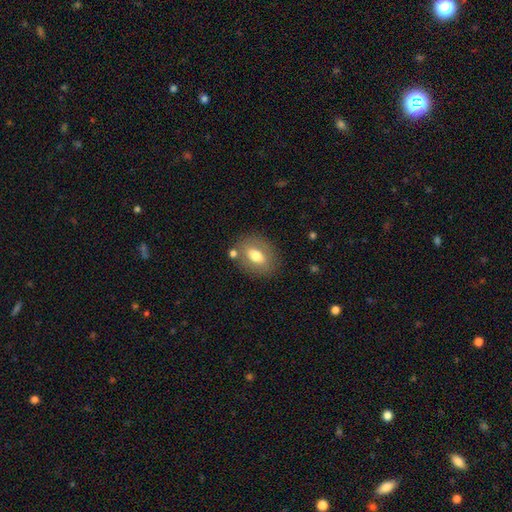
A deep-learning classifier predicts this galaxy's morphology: This appears to be a smooth galaxy with no disk features (68%) that is in between round and cigar-shaped (74%). Merging: none (77%).